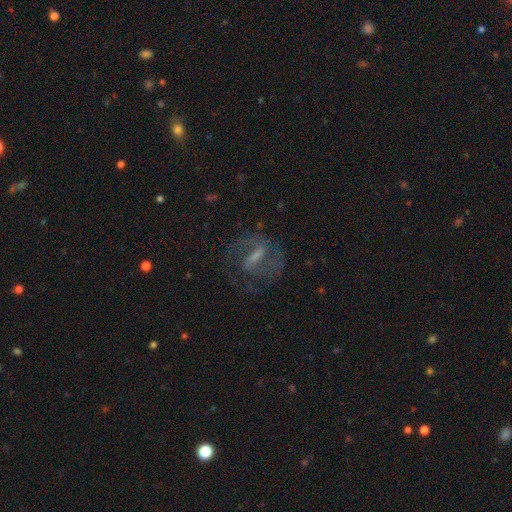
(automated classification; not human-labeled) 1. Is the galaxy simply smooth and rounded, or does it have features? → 77% featured or disk, 14% smooth, 10% star or artifact.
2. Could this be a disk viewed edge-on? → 94% no, 6% yes.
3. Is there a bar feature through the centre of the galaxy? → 50% strong, 39% weak, 12% no.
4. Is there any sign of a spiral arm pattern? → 89% yes, 11% no.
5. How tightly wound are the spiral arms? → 55% medium, 23% loose, 22% tight.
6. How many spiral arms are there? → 83% 2, 8% can't tell, 4% 1, 2% 3, 1% 4, 1% more than 4.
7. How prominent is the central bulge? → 35% small, 29% none, 27% moderate, 7% large, 1% dominant.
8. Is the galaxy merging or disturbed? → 68% none, 15% major disturbance, 15% minor disturbance, 2% merger.